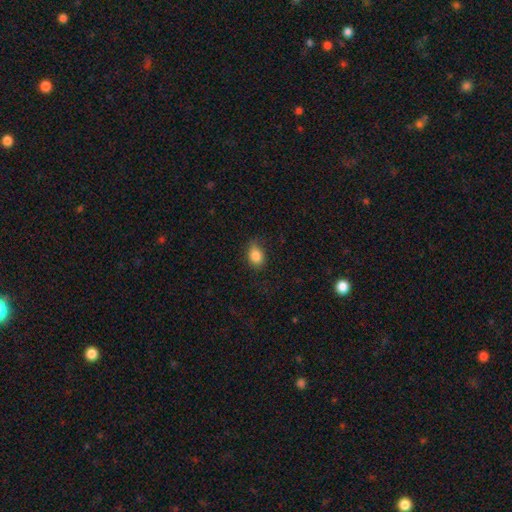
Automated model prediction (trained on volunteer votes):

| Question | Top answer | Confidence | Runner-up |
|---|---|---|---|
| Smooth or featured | smooth | 85% | star or artifact (9%) |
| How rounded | in between | 69% | round (29%) |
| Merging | none | 71% | minor disturbance (22%) |